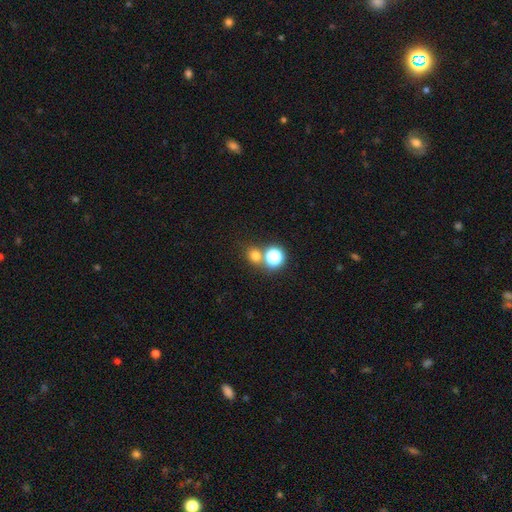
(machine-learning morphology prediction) This is likely a smooth galaxy (69%). How rounded: clearly round (82%). Merging: likely none (65%).